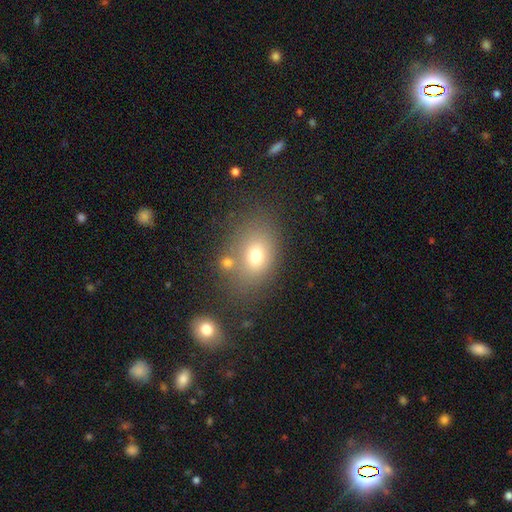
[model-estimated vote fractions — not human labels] A smooth galaxy with no disk features (71%) that is in between round and cigar-shaped (71%).

Vote fractions:
- Smooth or featured? smooth: 71% / featured or disk: 15% / star or artifact: 14%
- How rounded? in between: 71% / round: 27% / cigar-shaped: 1%
- Merging? none: 64% / minor disturbance: 15% / merger: 14% / major disturbance: 7%